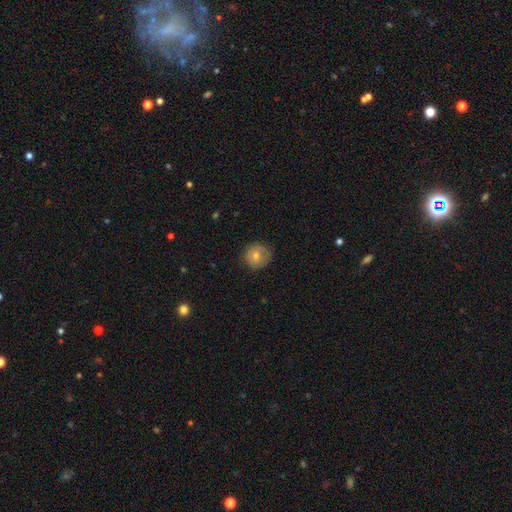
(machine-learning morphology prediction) A smooth galaxy with no disk features (66%) that is round (91%). Merging: none (82%).